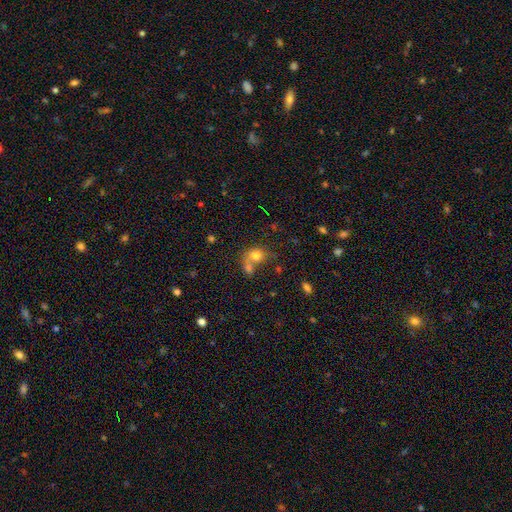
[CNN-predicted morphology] Q: Smooth or featured?
A: smooth (75%); runner-up: featured or disk (13%)
Q: How rounded?
A: in between (49%); tied with: round (49%)
Q: Merging?
A: merger (50%); runner-up: none (32%)